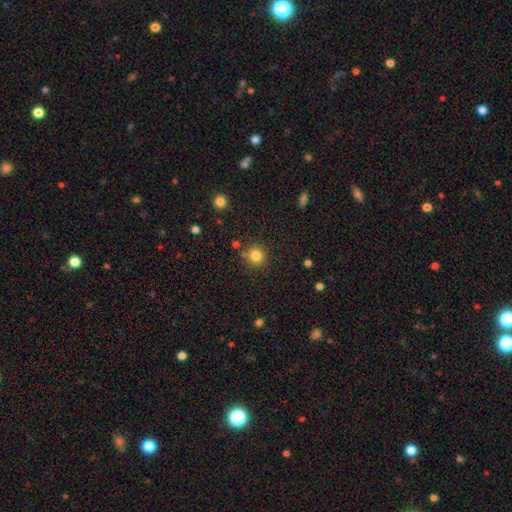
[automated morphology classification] This appears to be a smooth galaxy with no disk features (83%) that is round (93%). Merging: none (82%).